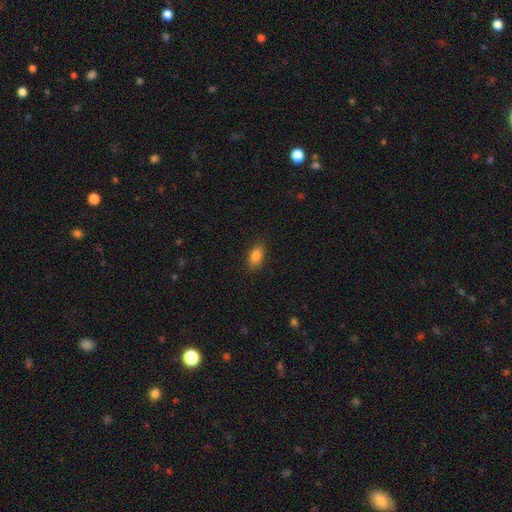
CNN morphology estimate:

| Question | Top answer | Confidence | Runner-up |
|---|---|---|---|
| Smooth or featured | smooth | 86% | star or artifact (9%) |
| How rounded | in between | 89% | round (8%) |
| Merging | none | 86% | minor disturbance (11%) |